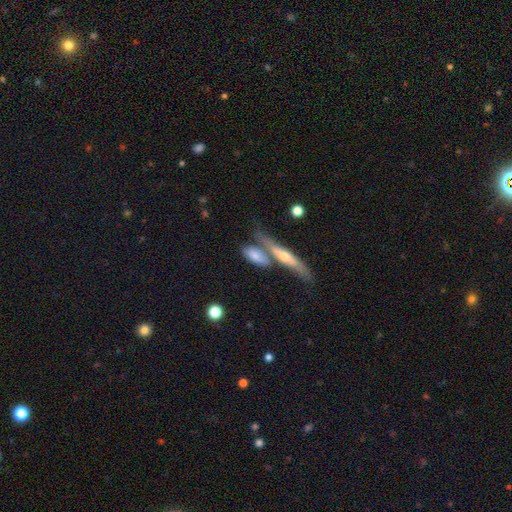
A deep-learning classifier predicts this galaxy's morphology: smooth_or_featured: smooth (p=0.61) [alt: featured or disk p=0.32]
how_rounded: in between (p=0.62) [alt: cigar-shaped p=0.34]
merging: none (p=0.41) [alt: merger p=0.39]